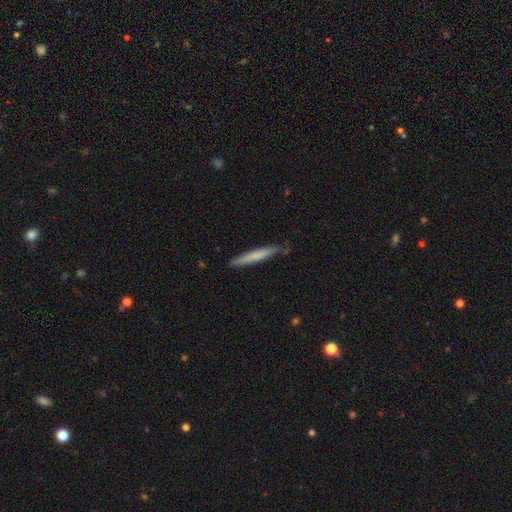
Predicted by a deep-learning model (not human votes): This is likely a smooth galaxy (66%). How rounded: clearly cigar-shaped (95%). Merging: likely none (78%).